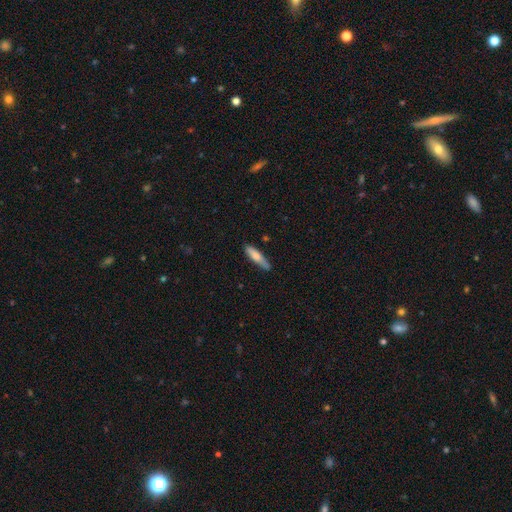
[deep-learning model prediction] Smooth or featured?
  - smooth: 71% *
  - featured or disk: 23%
  - star or artifact: 5%
How rounded?
  - cigar-shaped: 79% *
  - in between: 19%
  - round: 2%
Merging?
  - none: 78% *
  - minor disturbance: 17%
  - major disturbance: 3%
  - merger: 2%